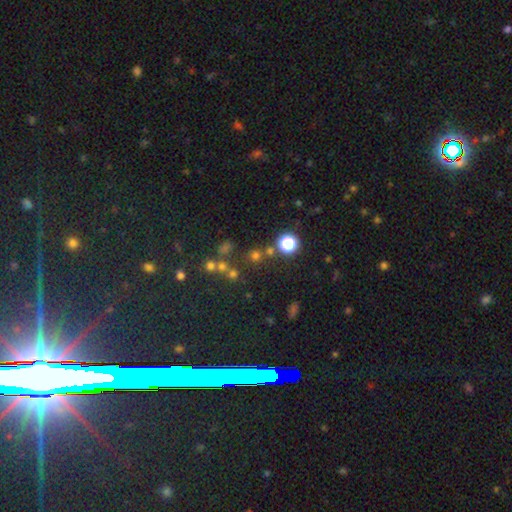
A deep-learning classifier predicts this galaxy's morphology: type=smooth (55%); roundness=round (90%); merging=none (72%).